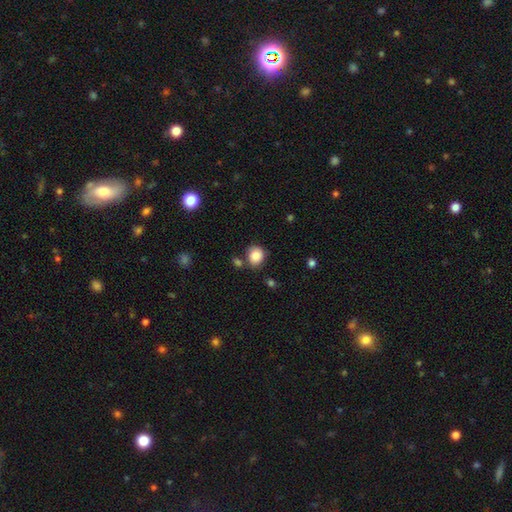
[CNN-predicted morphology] smooth 86%, star or artifact 9%, featured or disk 5%. Down the decision tree: how rounded — round (69%); merging — none (68%).